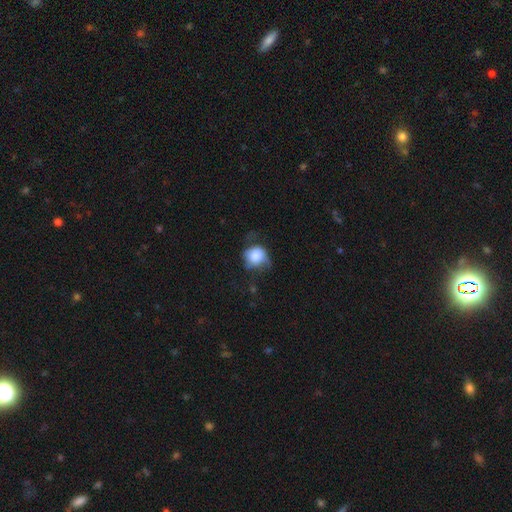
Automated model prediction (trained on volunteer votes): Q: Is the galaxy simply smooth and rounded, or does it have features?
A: smooth — 69%.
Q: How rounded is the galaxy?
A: round — 73%.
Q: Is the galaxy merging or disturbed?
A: none — 38%.